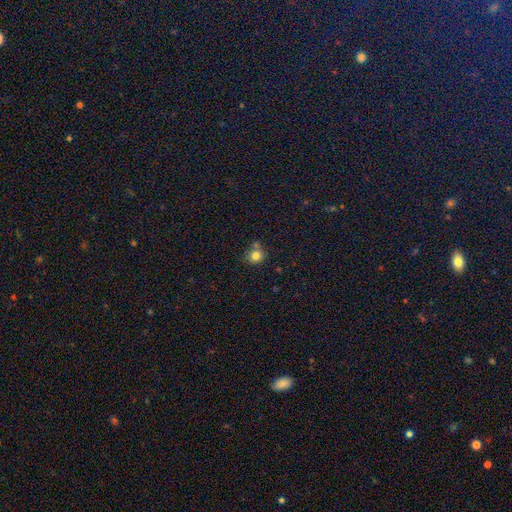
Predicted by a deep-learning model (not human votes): A smooth galaxy with no disk features (81%) that is round (88%).

Vote fractions:
- Smooth or featured? smooth: 81% / star or artifact: 12% / featured or disk: 7%
- How rounded? round: 88% / in between: 11% / cigar-shaped: 1%
- Merging? none: 67% / merger: 15% / minor disturbance: 14% / major disturbance: 4%